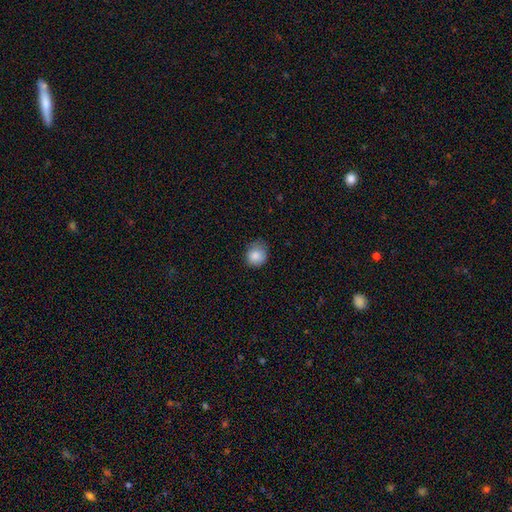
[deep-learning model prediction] Overall: smooth (85%). How rounded: round (77%). Merging: none (65%; minor disturbance 29%).